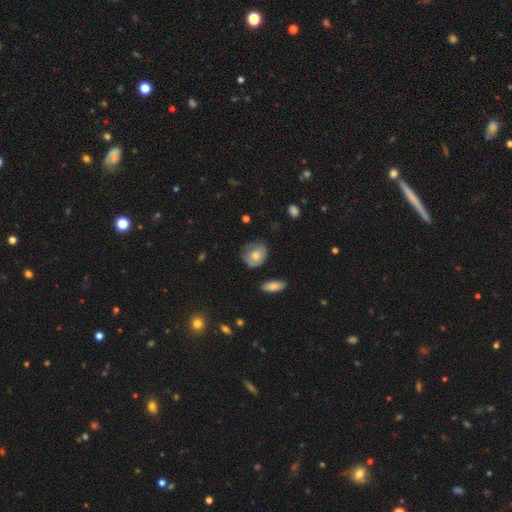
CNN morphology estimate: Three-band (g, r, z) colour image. It shows a smooth galaxy with no disk features (66%) that is round (62%). Merging: none (58%).